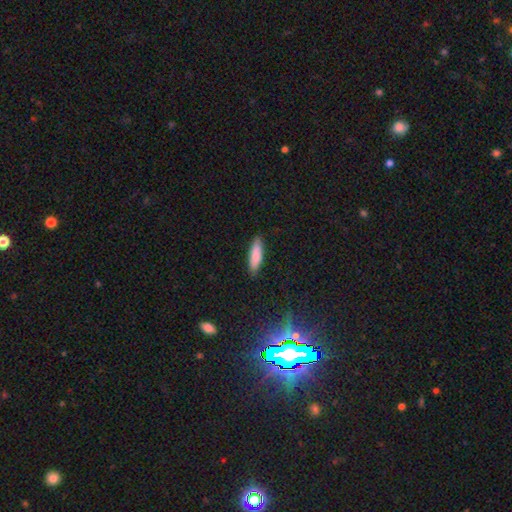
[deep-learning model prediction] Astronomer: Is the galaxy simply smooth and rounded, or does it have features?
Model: smooth — 84%.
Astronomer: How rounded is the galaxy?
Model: cigar-shaped — 60% (runner-up: in between, 39%).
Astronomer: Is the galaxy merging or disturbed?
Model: none — 86%.